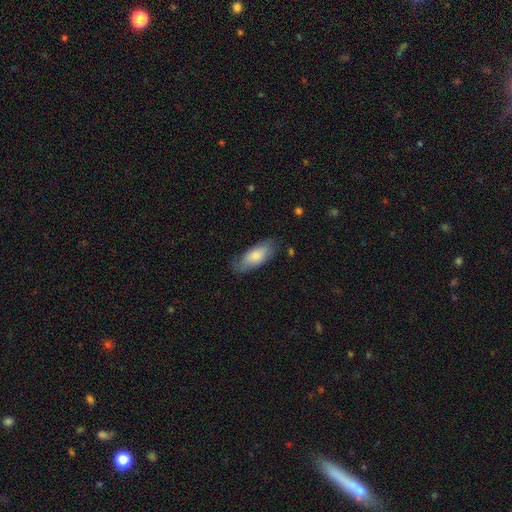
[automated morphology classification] smooth-or-featured: smooth: 77% | featured or disk: 17% | star or artifact: 6%
  how-rounded: in between: 82% | cigar-shaped: 16% | round: 2%
  merging: none: 71% | minor disturbance: 22% | major disturbance: 5% | merger: 1%